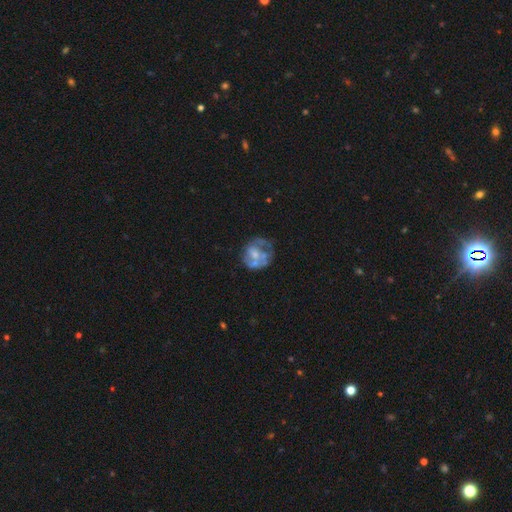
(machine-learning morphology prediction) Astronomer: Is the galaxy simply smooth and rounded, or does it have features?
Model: featured or disk — 59%.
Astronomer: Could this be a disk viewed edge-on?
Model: no — 98%.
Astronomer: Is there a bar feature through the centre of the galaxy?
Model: no — 85%.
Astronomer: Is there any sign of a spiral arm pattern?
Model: no — 78%.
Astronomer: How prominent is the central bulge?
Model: moderate — 39% (runner-up: none, 28%).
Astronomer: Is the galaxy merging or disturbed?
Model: none — 42% (runner-up: major disturbance, 24%).